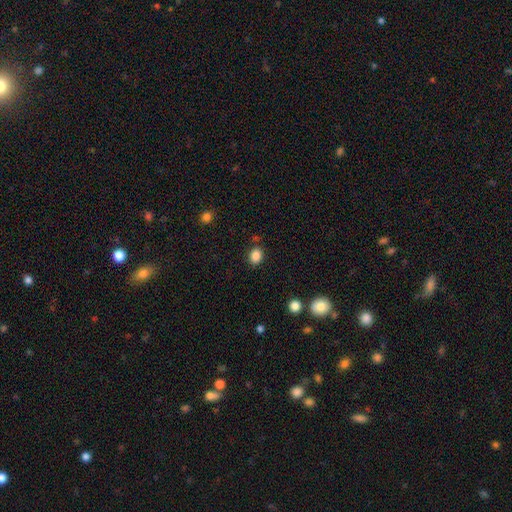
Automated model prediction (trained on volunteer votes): Q: Smooth or featured?
A: smooth (86%); runner-up: star or artifact (10%)
Q: How rounded?
A: in between (51%); runner-up: round (48%)
Q: Merging?
A: none (83%); runner-up: minor disturbance (11%)